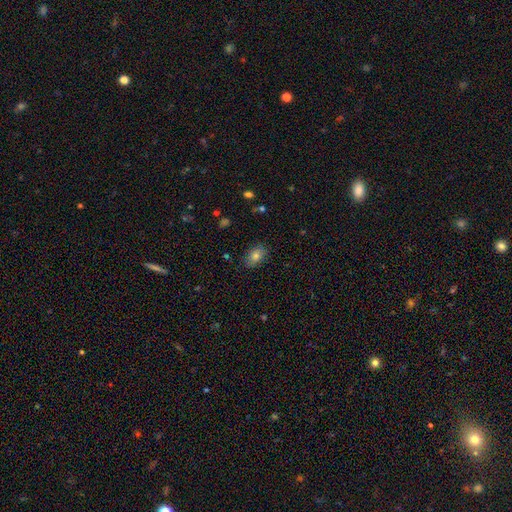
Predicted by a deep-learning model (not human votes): smooth 77%, star or artifact 12%, featured or disk 11%. Down the decision tree: how rounded — in between (82%); merging — none (85%).